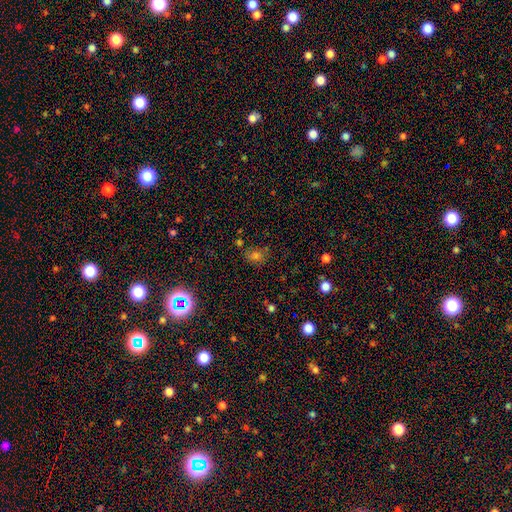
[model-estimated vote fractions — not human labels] This appears to be a smooth galaxy with no disk features (62%) that is round (55%). Merging: none (70%).